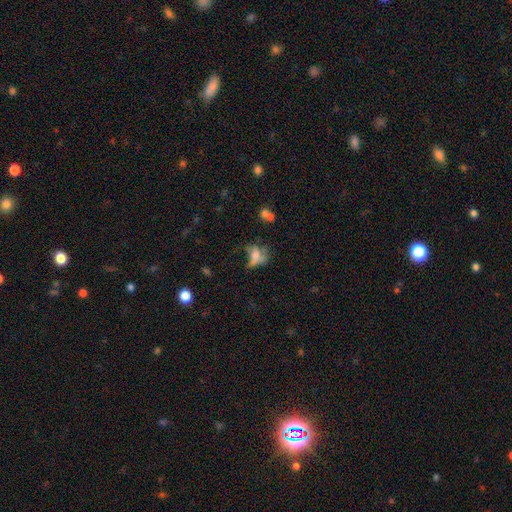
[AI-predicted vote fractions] A smooth galaxy with no disk features (53%) that is in between round and cigar-shaped (70%). Merging: major disturbance (38%).